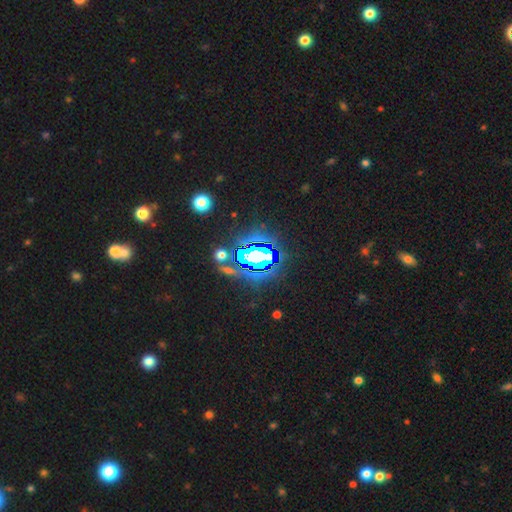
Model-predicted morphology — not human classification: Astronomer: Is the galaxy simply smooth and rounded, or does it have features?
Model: star or artifact — 71%.